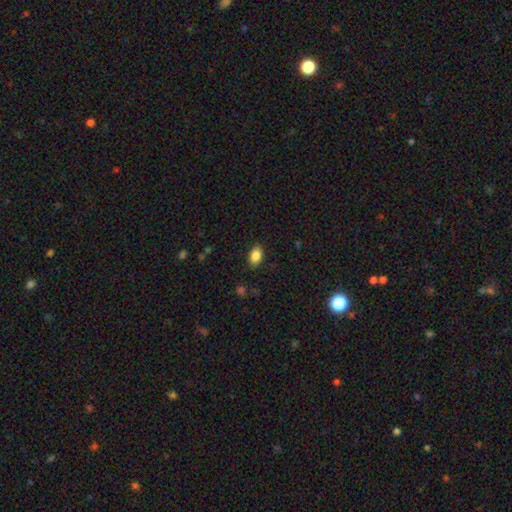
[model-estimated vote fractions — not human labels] This appears to be a smooth galaxy with no disk features (86%) that is in between round and cigar-shaped (87%). Merging: none (87%).